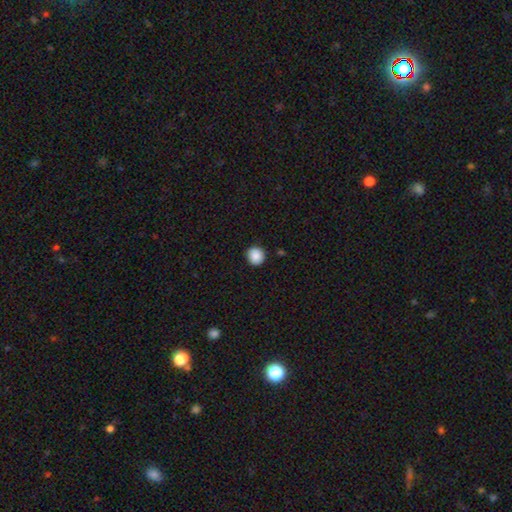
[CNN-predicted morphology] Smooth or featured? smooth (89%)
How rounded? round (93%)
Merging? none (91%)